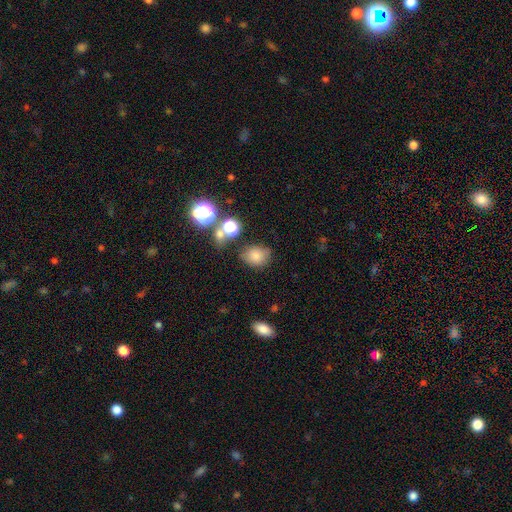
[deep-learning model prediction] Overall: smooth (76%). How rounded: in between (54%; round 45%). Merging: none (69%).